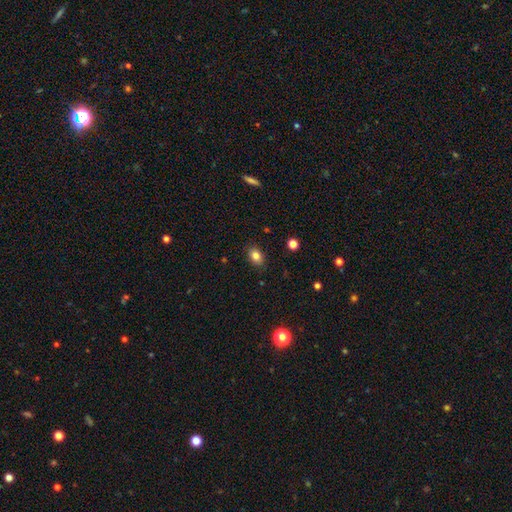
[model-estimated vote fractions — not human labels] A smooth galaxy with no disk features (83%) that is in between round and cigar-shaped (77%).

Vote fractions:
- Smooth or featured? smooth: 83% / star or artifact: 10% / featured or disk: 7%
- How rounded? in between: 77% / round: 22% / cigar-shaped: 1%
- Merging? none: 87% / minor disturbance: 10% / major disturbance: 2% / merger: 1%